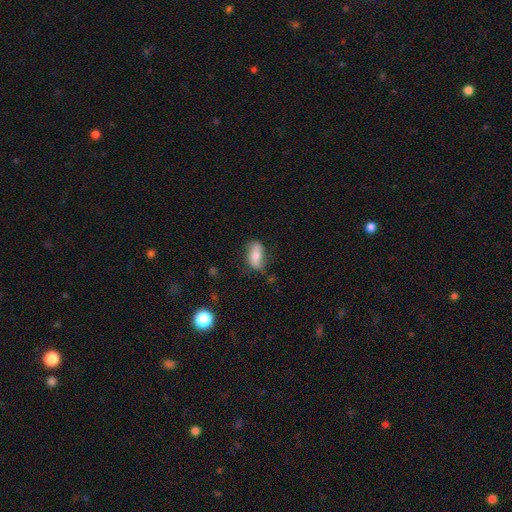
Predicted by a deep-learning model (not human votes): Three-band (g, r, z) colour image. It shows a smooth galaxy with no disk features (71%) that is in between round and cigar-shaped (89%). Merging: none (66%).